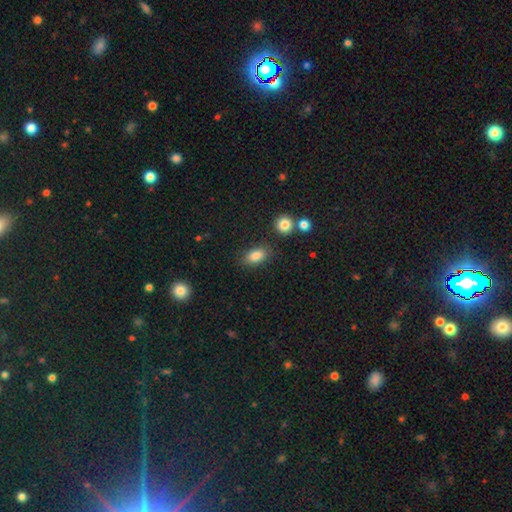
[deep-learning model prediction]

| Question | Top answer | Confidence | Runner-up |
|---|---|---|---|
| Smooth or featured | smooth | 85% | star or artifact (9%) |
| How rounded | in between | 86% | round (10%) |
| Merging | none | 82% | minor disturbance (11%) |